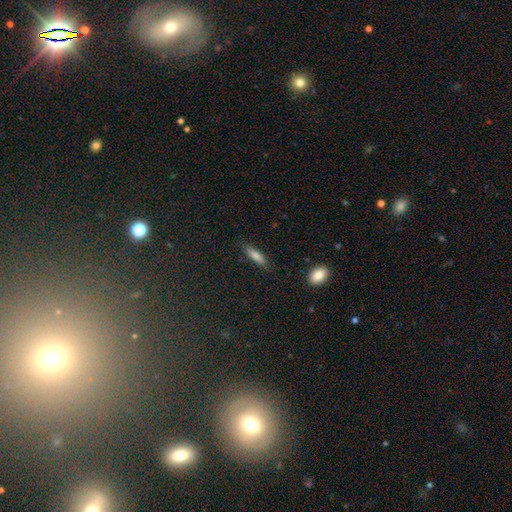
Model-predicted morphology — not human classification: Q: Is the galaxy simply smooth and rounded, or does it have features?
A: smooth — 76%.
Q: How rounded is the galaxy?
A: cigar-shaped — 69%.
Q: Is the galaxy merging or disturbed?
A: none — 82%.